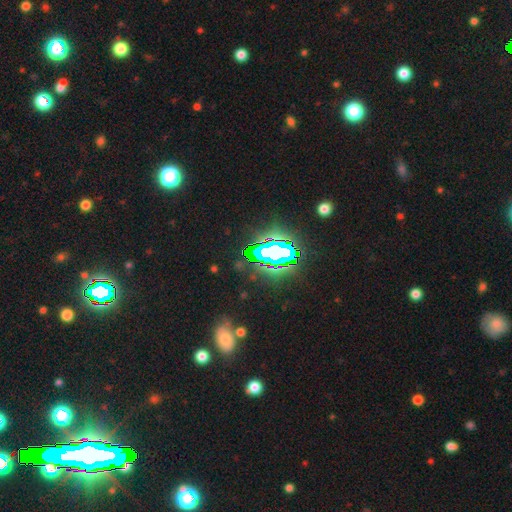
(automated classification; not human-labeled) smooth_or_featured: star or artifact (p=0.77) [alt: smooth p=0.13]